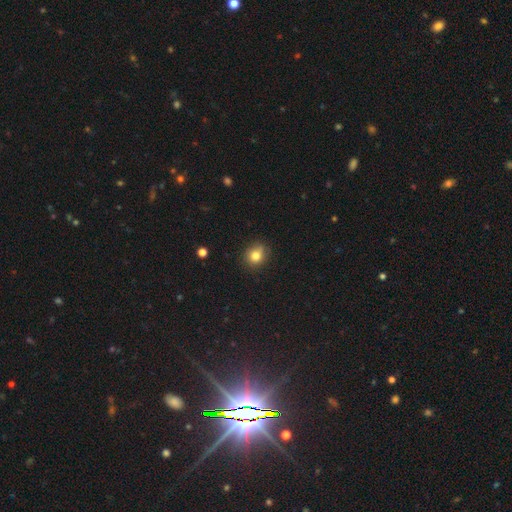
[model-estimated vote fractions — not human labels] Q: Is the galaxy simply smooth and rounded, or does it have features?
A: smooth — 81%.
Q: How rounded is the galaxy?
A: round — 75%.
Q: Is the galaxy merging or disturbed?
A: none — 78%.